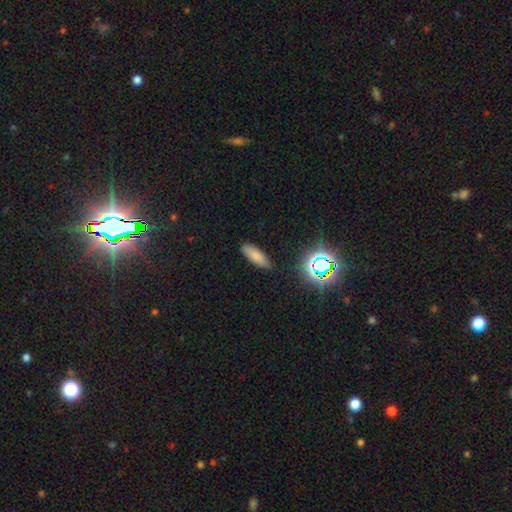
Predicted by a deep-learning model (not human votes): smooth 77%, star or artifact 14%, featured or disk 9%. Down the decision tree: how rounded — in between (62%); merging — none (84%).